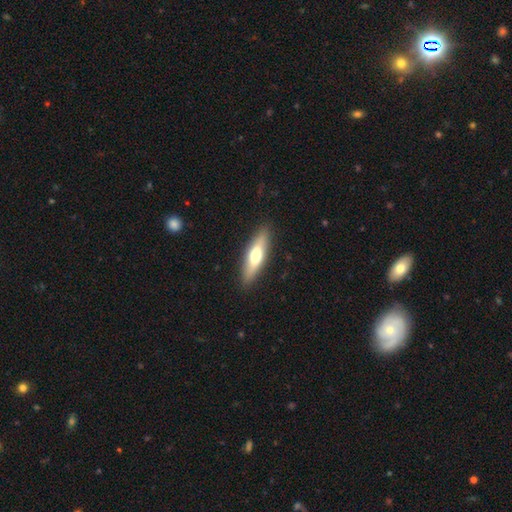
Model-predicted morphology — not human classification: A smooth galaxy with no disk features (56%) that is cigar-shaped (64%).

Vote fractions:
- Smooth or featured? smooth: 56% / featured or disk: 38% / star or artifact: 5%
- How rounded? cigar-shaped: 64% / in between: 34% / round: 2%
- Merging? none: 89% / minor disturbance: 8% / major disturbance: 2% / merger: 1%